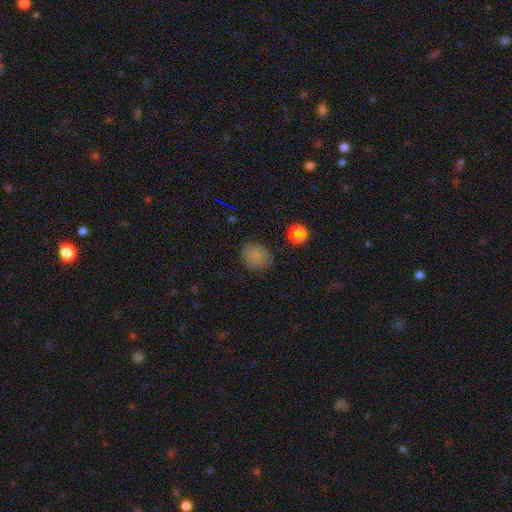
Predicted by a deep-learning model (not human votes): Q: Smooth or featured?
A: smooth (76%); runner-up: star or artifact (15%)
Q: How rounded?
A: round (66%); runner-up: in between (33%)
Q: Merging?
A: none (78%); runner-up: minor disturbance (16%)